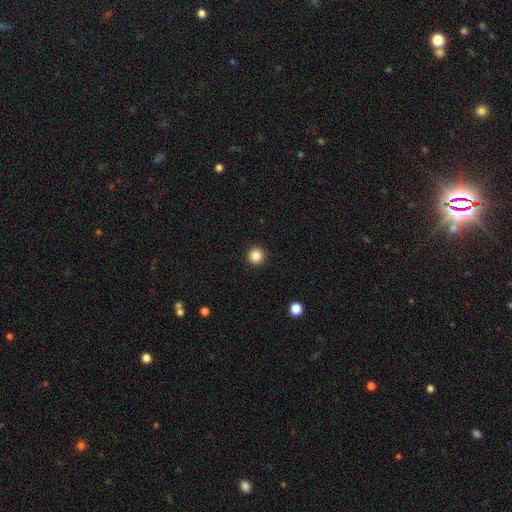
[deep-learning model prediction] Morphology: type=smooth (85%); roundness=round (96%); merging=none (93%).